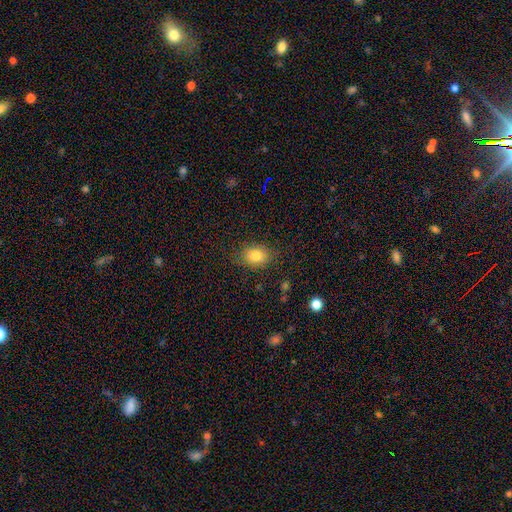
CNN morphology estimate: This appears to be a smooth galaxy with no disk features (82%) that is in between round and cigar-shaped (69%). Merging: none (82%).